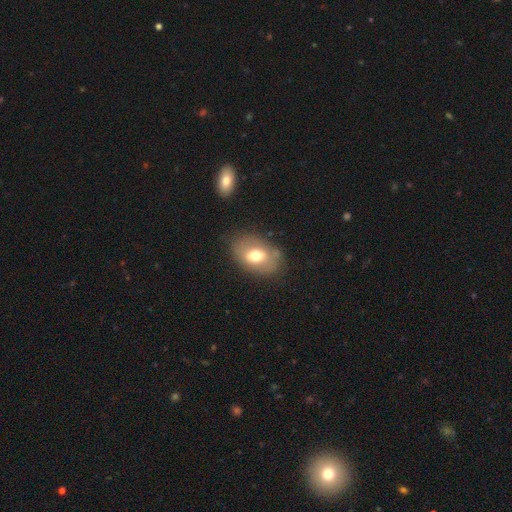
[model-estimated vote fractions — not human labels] Q: Smooth or featured?
A: smooth (64%); runner-up: featured or disk (27%)
Q: How rounded?
A: in between (80%); runner-up: round (19%)
Q: Merging?
A: none (73%); runner-up: minor disturbance (18%)